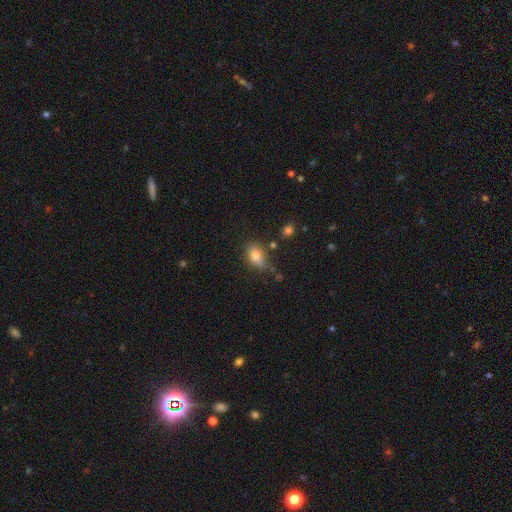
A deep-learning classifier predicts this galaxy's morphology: Smooth or featured? Predicted: smooth (p=0.81). How rounded? Predicted: in between (p=0.78). Merging? Predicted: none (p=0.67).